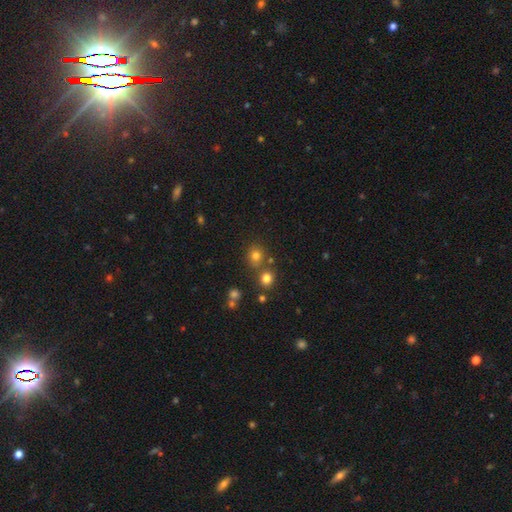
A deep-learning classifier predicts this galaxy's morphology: Smooth or featured?
  - smooth: 74% *
  - star or artifact: 18%
  - featured or disk: 8%
How rounded?
  - round: 83% *
  - in between: 16%
  - cigar-shaped: 1%
Merging?
  - none: 71% *
  - merger: 17%
  - minor disturbance: 9%
  - major disturbance: 3%